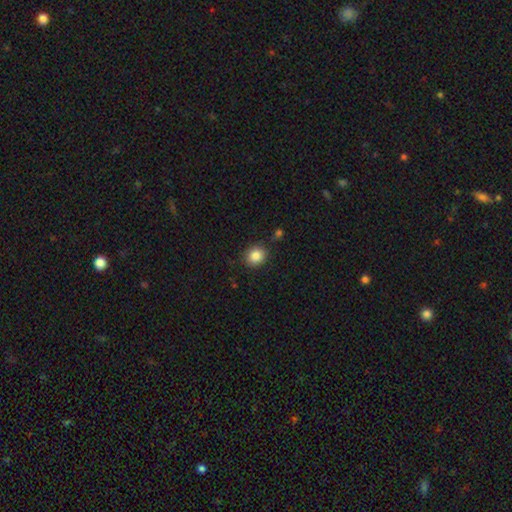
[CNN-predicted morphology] smooth 86%, star or artifact 10%, featured or disk 5%. Down the decision tree: how rounded — round (80%); merging — none (86%).